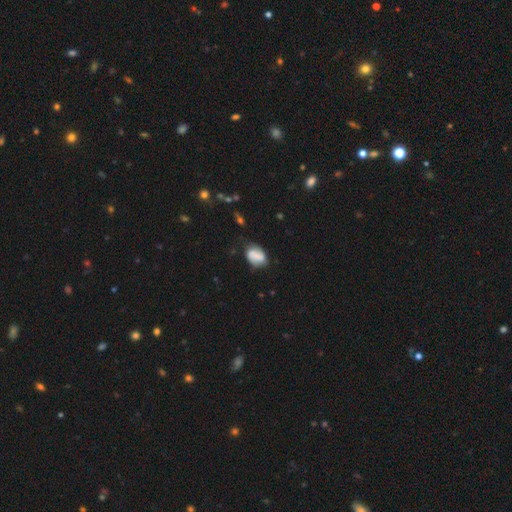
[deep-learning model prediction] Smooth or featured: smooth — 66% (featured or disk — 25%)
How rounded: in between — 77% (round — 21%)
Merging: none — 58% (minor disturbance — 28%)